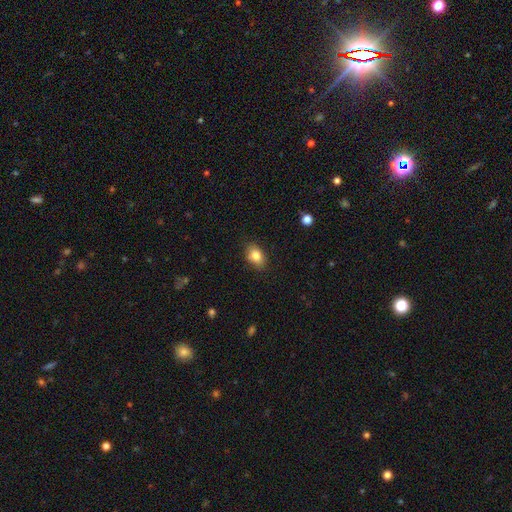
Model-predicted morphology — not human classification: This appears to be a smooth galaxy with no disk features (84%) that is in between round and cigar-shaped (78%). Merging: none (84%).